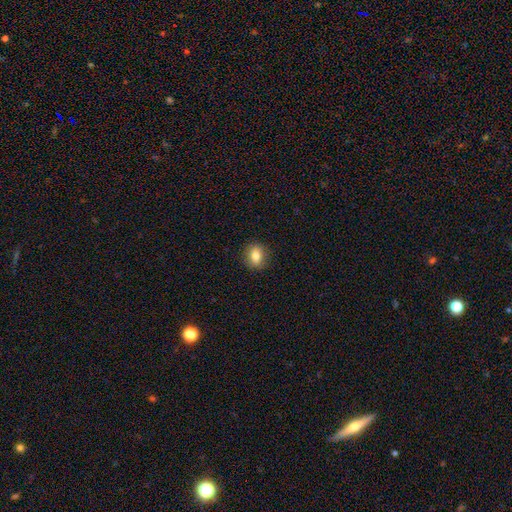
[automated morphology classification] A smooth galaxy with no disk features (81%) that is round (58%).

Vote fractions:
- Smooth or featured? smooth: 81% / star or artifact: 10% / featured or disk: 10%
- How rounded? round: 58% / in between: 40% / cigar-shaped: 1%
- Merging? none: 89% / minor disturbance: 8% / major disturbance: 2% / merger: 1%